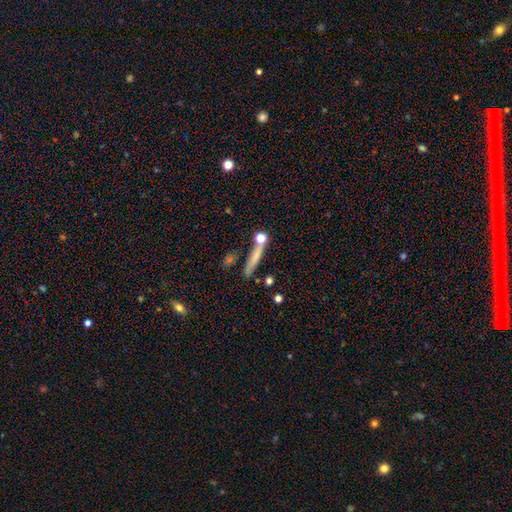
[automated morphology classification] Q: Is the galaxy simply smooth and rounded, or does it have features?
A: smooth — 62%.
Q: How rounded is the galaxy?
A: cigar-shaped — 82%.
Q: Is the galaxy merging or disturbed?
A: none — 72%.